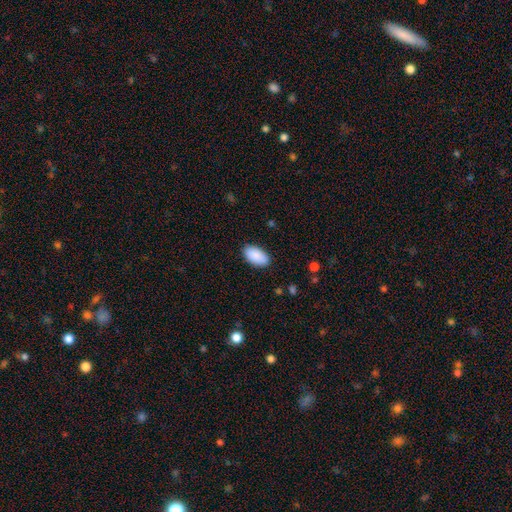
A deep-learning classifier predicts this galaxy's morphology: This is clearly a smooth galaxy (91%). How rounded: clearly in between (96%). Merging: clearly none (88%).